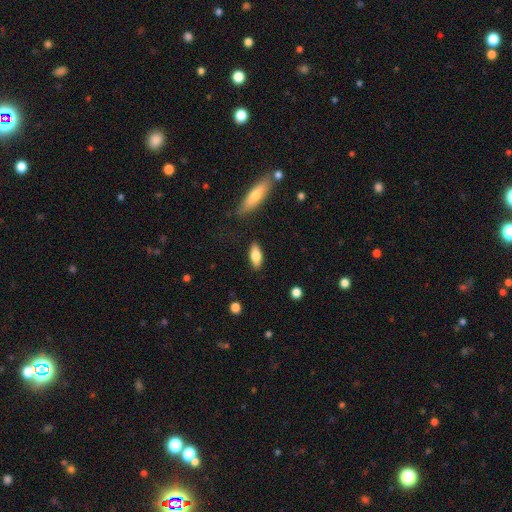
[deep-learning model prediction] Overall: smooth (74%). How rounded: in between (75%). Merging: none (85%).